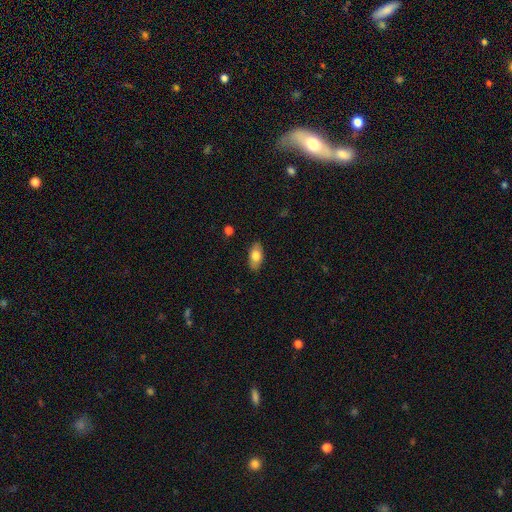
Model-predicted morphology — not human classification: This is likely a smooth galaxy (78%). How rounded: clearly in between (92%). Merging: clearly none (86%).